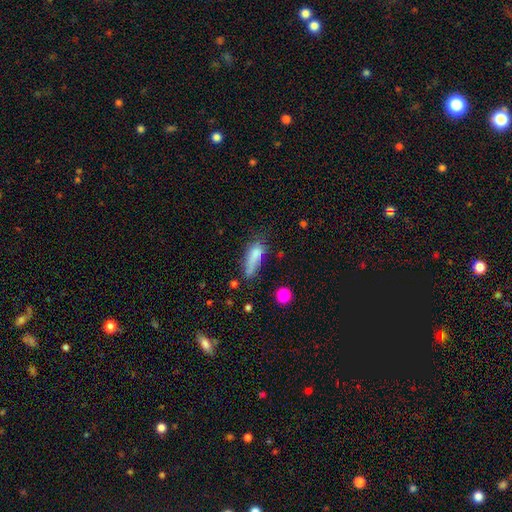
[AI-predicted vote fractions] smooth-or-featured: smooth: 74% | featured or disk: 16% | star or artifact: 11%
  how-rounded: in between: 56% | cigar-shaped: 40% | round: 4%
  merging: none: 39% | minor disturbance: 32% | major disturbance: 21% | merger: 8%